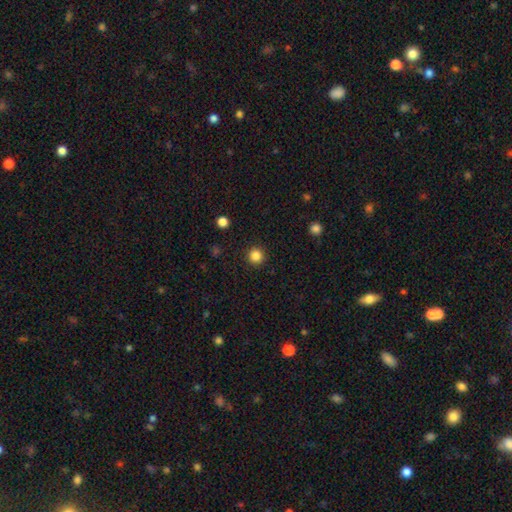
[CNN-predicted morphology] This appears to be a smooth galaxy with no disk features (84%) that is round (96%). Merging: none (92%).